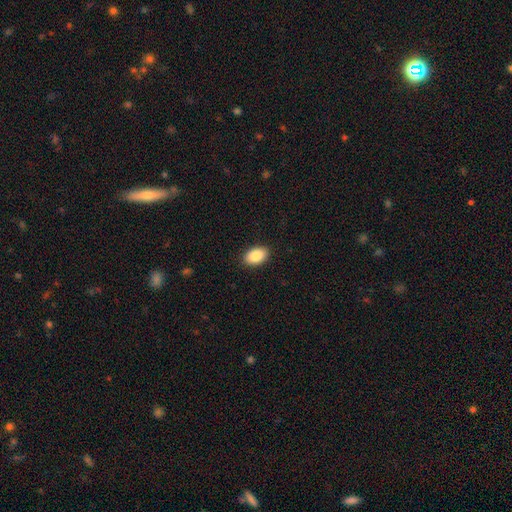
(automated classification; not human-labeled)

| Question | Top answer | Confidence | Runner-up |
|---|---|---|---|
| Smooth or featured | smooth | 88% | star or artifact (7%) |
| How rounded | in between | 91% | round (8%) |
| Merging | none | 90% | minor disturbance (7%) |